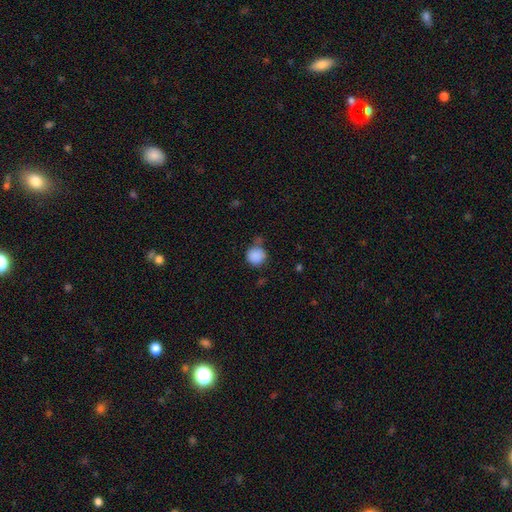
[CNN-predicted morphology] This is clearly a smooth galaxy (86%). How rounded: clearly round (87%). Merging: possibly none (55%).